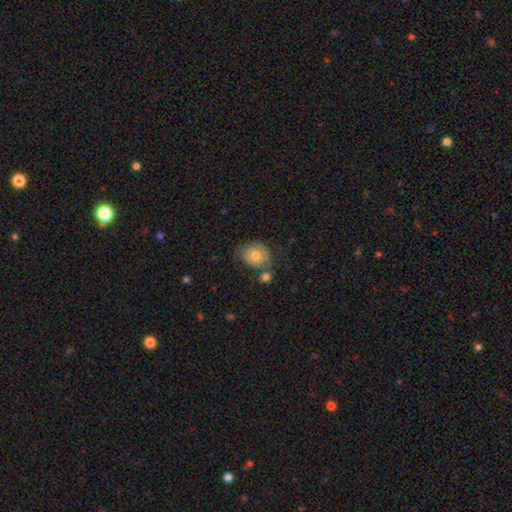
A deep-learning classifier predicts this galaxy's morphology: The model was most divided on "merging": none: 48%, minor disturbance: 25%, merger: 18%, major disturbance: 10%. More confident: smooth or featured — smooth (69%); how rounded — round (69%).